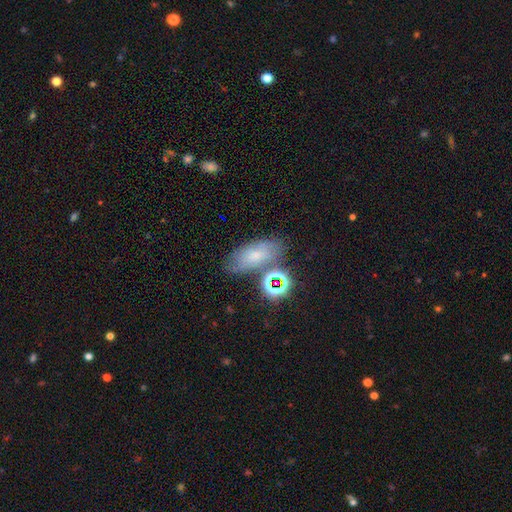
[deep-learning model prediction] smooth_or_featured: smooth (p=0.52) [alt: featured or disk p=0.26]
how_rounded: in between (p=0.82) [alt: round p=0.10]
merging: none (p=0.59) [alt: minor disturbance p=0.19]